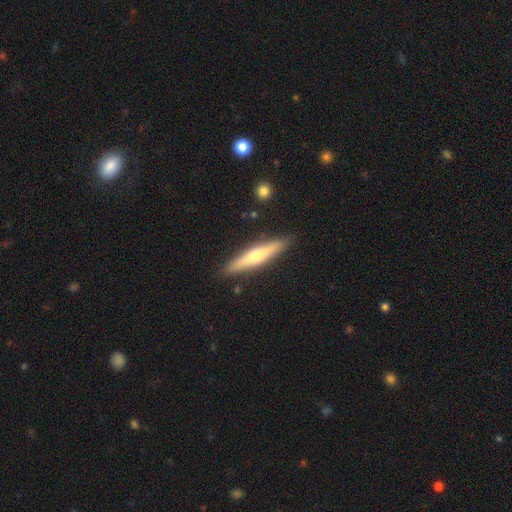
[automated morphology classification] Smooth or featured? Predicted: featured or disk (p=0.56). Edge-on disk? Predicted: yes (p=0.95). Edge-on bulge? Predicted: rounded (p=0.80). Merging? Predicted: none (p=0.89).